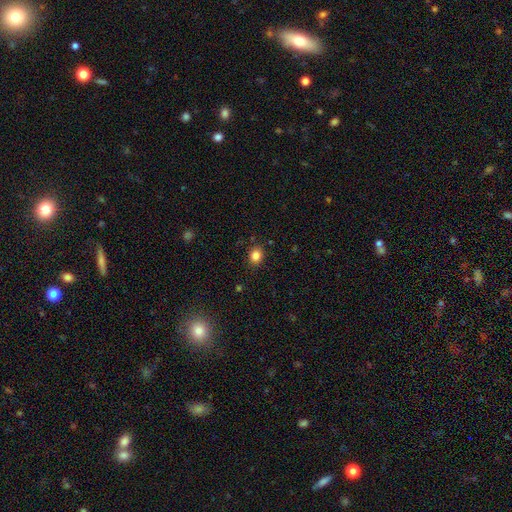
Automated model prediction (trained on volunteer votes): This is clearly a smooth galaxy (85%). How rounded: possibly round (57%). Merging: clearly none (87%).